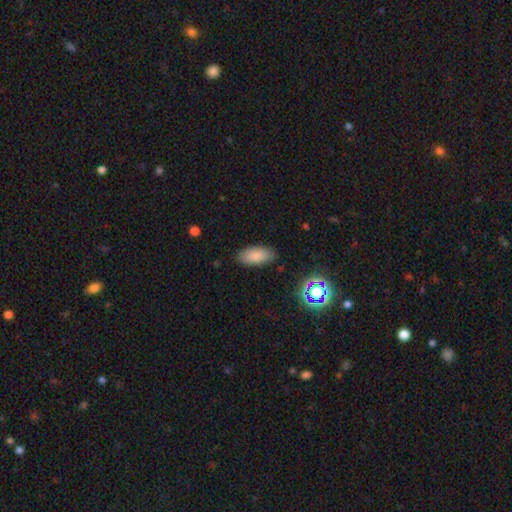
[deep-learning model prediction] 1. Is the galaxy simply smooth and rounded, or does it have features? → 84% smooth, 9% star or artifact, 7% featured or disk.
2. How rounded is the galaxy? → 88% in between, 9% cigar-shaped, 2% round.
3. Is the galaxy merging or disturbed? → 85% none, 11% minor disturbance, 3% major disturbance, 1% merger.